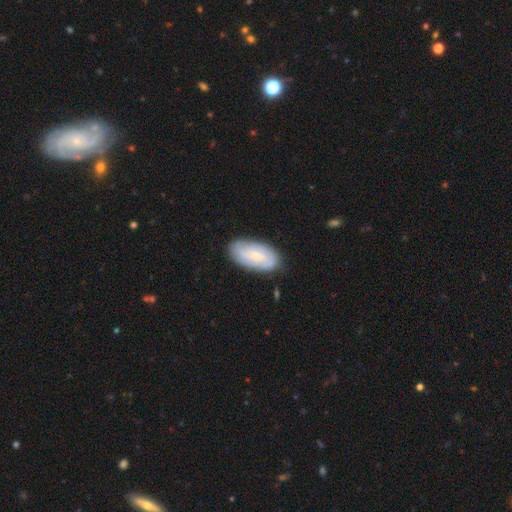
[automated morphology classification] Smooth or featured: smooth — 57% (featured or disk — 37%)
How rounded: in between — 93% (cigar-shaped — 4%)
Merging: none — 81% (minor disturbance — 15%)